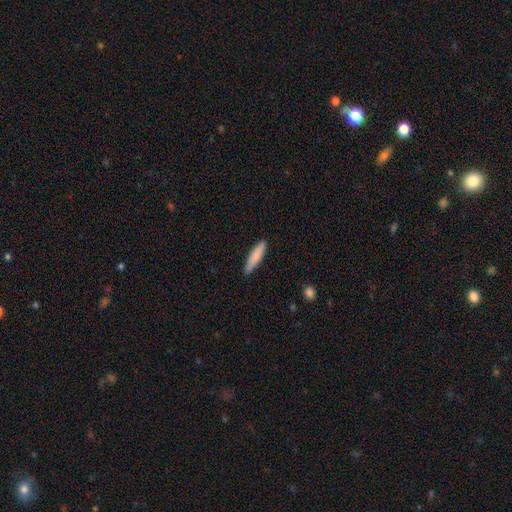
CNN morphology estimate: This is clearly a smooth galaxy (80%). How rounded: clearly cigar-shaped (84%). Merging: clearly none (83%).